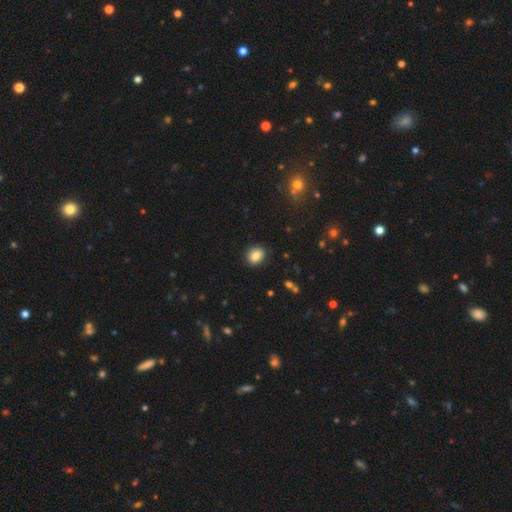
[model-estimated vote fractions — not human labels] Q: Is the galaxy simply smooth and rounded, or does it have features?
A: smooth — 84%.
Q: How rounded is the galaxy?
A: round — 63%.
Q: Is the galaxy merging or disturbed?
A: none — 89%.